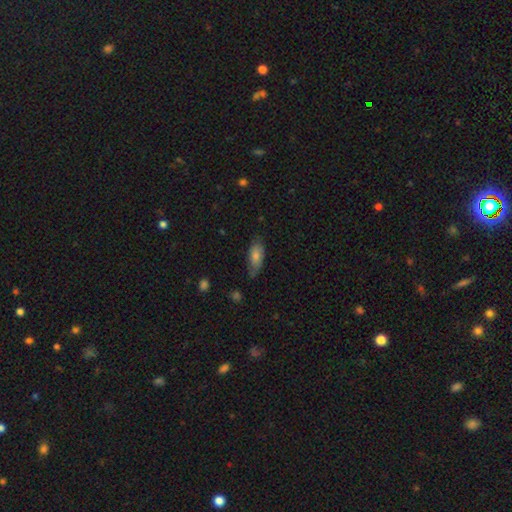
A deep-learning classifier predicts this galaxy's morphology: The model was most divided on "merging": none: 68%, minor disturbance: 25%, major disturbance: 5%, merger: 2%. More confident: how rounded — in between (77%); smooth or featured — smooth (70%).